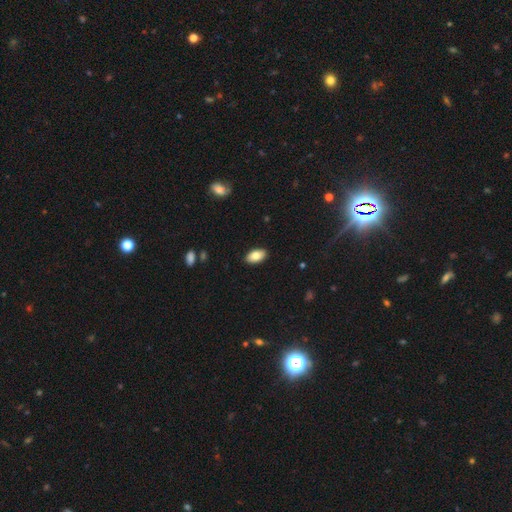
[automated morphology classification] smooth 83%, featured or disk 10%, star or artifact 7%. Down the decision tree: how rounded — in between (94%); merging — none (89%).